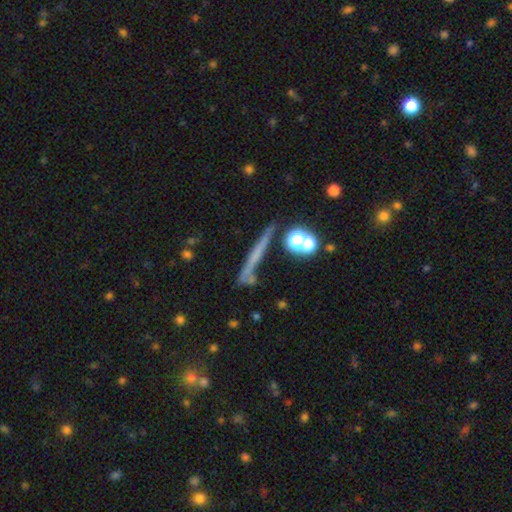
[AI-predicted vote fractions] Q: Smooth or featured?
A: featured or disk (44%); runner-up: smooth (38%)
Q: Merging?
A: none (74%); runner-up: minor disturbance (12%)